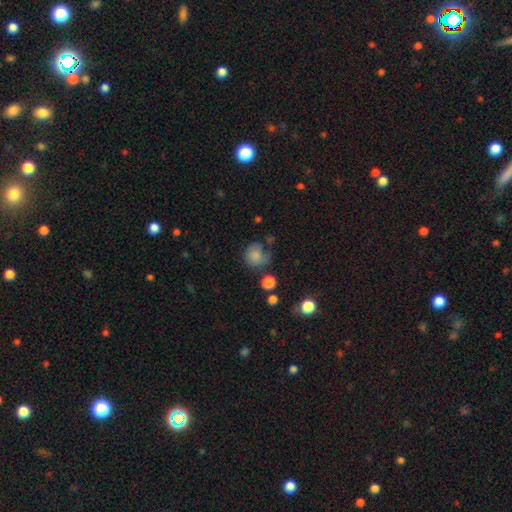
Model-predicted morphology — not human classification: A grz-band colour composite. It shows a smooth galaxy with no disk features (74%) that is round (76%). Merging: none (43%).